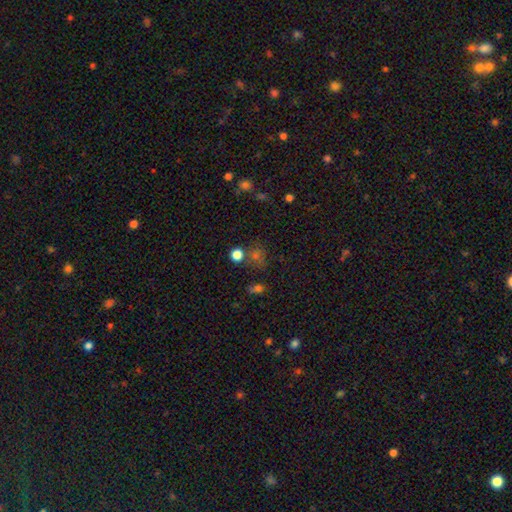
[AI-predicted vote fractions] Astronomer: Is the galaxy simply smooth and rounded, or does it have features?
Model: smooth — 52% (runner-up: star or artifact, 39%).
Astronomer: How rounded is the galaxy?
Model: round — 77%.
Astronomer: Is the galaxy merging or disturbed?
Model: none — 64%.